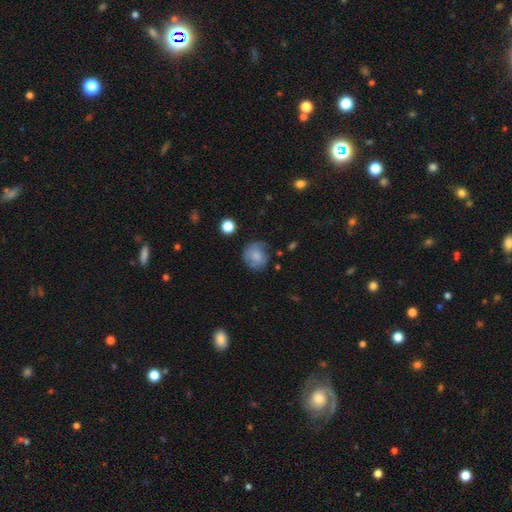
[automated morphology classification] This appears to be a smooth galaxy with no disk features (72%) that is round (76%). Merging: none (59%).